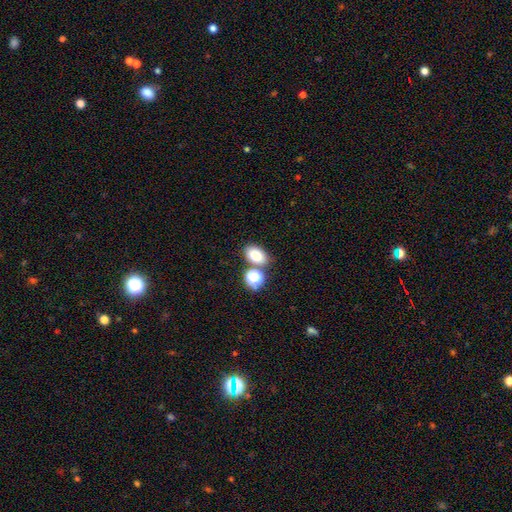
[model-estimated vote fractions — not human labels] A smooth galaxy with no disk features (80%) that is in between round and cigar-shaped (78%). Merging: none (66%).